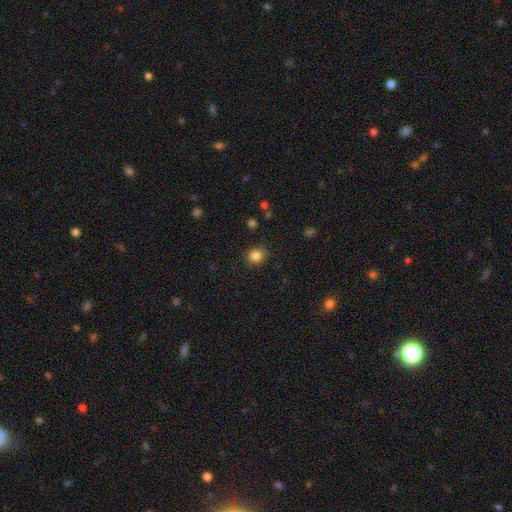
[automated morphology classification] Overall: smooth (85%). How rounded: round (66%; in between 33%). Merging: none (82%).